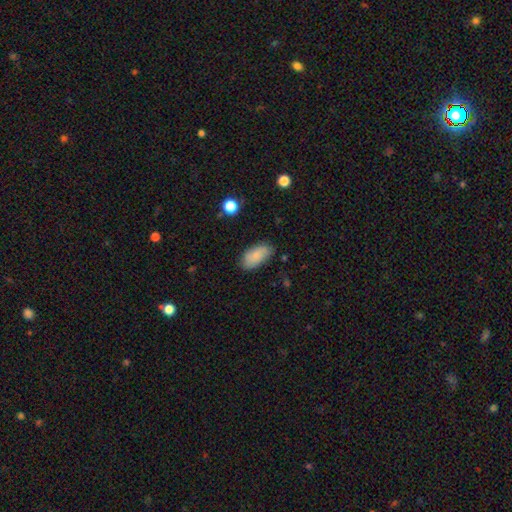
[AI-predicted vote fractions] A smooth galaxy with no disk features (82%) that is in between round and cigar-shaped (93%).

Vote fractions:
- Smooth or featured? smooth: 82% / featured or disk: 11% / star or artifact: 7%
- How rounded? in between: 93% / cigar-shaped: 4% / round: 3%
- Merging? none: 77% / minor disturbance: 17% / major disturbance: 3% / merger: 2%